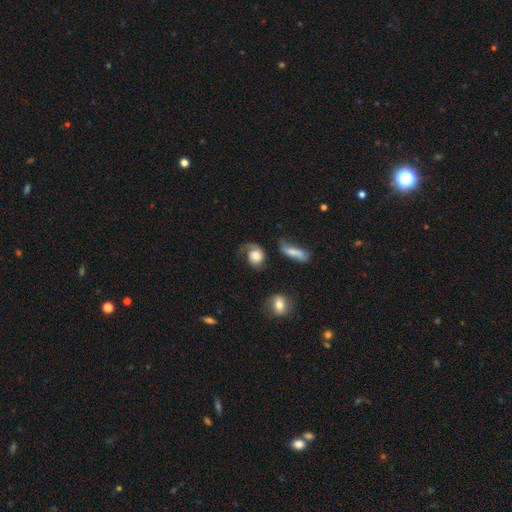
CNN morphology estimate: A featured or disk galaxy (48%).

Vote fractions:
- Smooth or featured? featured or disk: 48% / smooth: 45% / star or artifact: 7%
- Merging? major disturbance: 36% / none: 34% / minor disturbance: 22% / merger: 7%